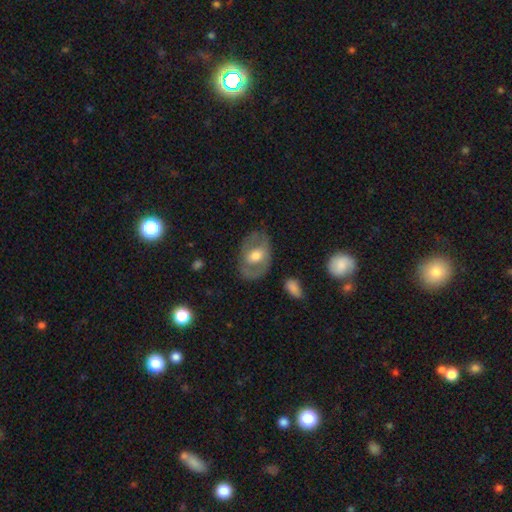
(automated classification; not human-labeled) featured or disk 55%, smooth 39%, star or artifact 6%. Down the decision tree: edge-on disk — no (93%); bar — no (57%); spiral arms — no (59%); bulge size — moderate (63%); merging — none (72%).